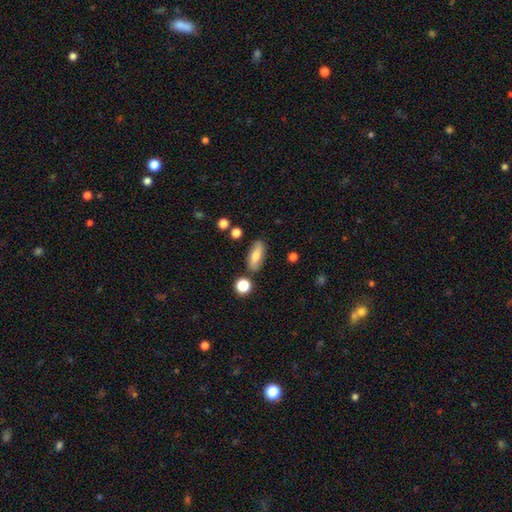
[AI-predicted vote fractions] Smooth or featured: smooth — 70% (featured or disk — 22%)
How rounded: in between — 72% (cigar-shaped — 22%)
Merging: none — 81% (minor disturbance — 12%)